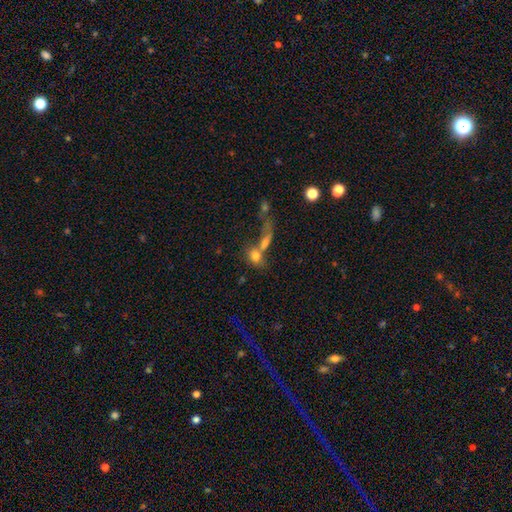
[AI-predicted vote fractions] smooth_or_featured: smooth (p=0.74) [alt: featured or disk p=0.15]
how_rounded: in between (p=0.61) [alt: round p=0.34]
merging: merger (p=0.53) [alt: none p=0.27]